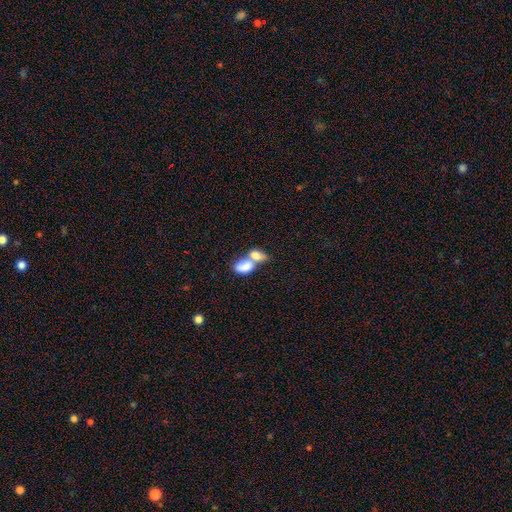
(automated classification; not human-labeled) Overall: smooth (77%). How rounded: in between (87%). Merging: merger (77%).